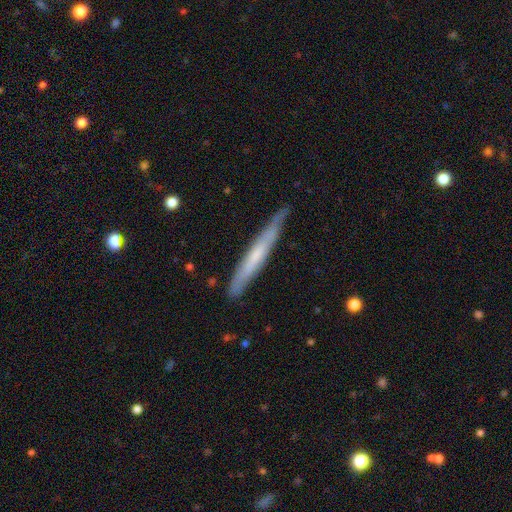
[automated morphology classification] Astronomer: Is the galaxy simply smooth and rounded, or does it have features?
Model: featured or disk — 49% (runner-up: smooth, 46%).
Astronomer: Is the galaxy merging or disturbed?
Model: none — 81%.